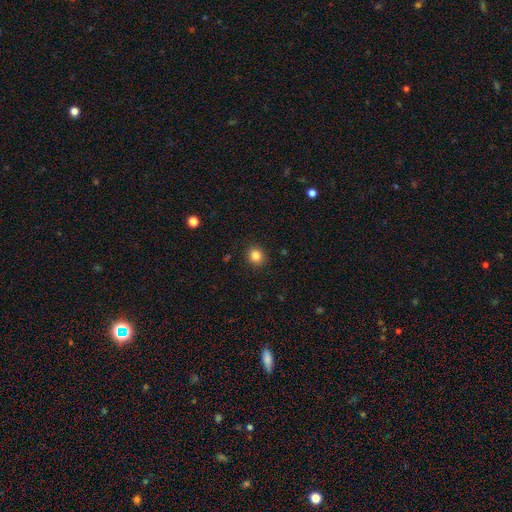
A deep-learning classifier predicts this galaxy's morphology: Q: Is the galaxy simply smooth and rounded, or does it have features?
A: smooth — 84%.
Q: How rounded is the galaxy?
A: round — 80%.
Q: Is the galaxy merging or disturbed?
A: none — 91%.